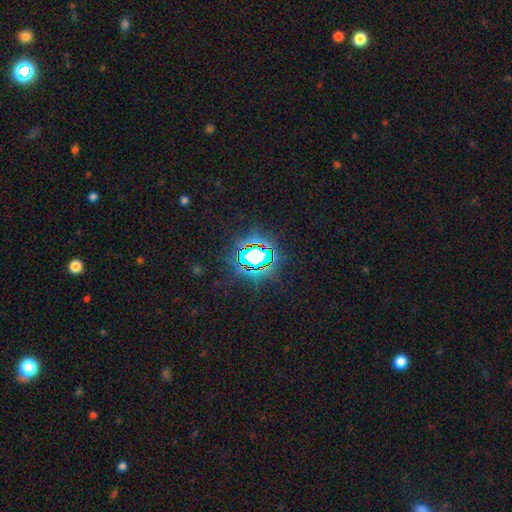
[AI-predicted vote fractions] This is likely a star or artifact rather than a galaxy (72%).